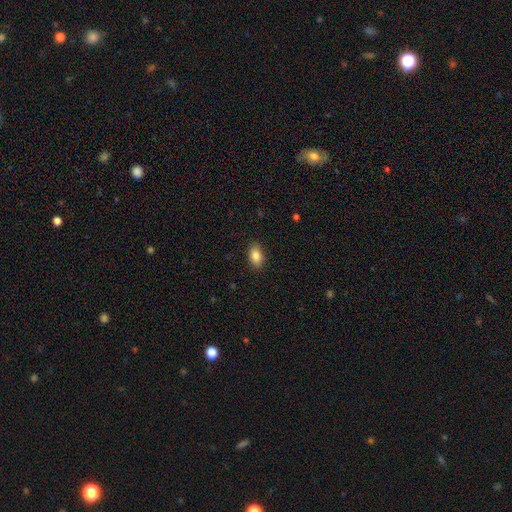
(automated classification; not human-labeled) A smooth galaxy with no disk features (86%) that is in between round and cigar-shaped (90%). Merging: none (88%).